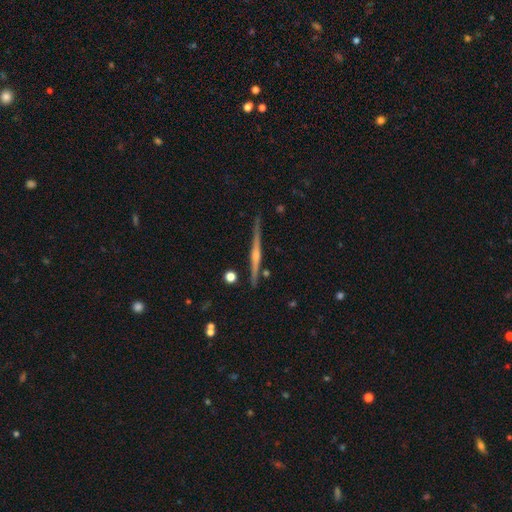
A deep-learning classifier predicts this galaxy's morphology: The model was most divided on "edge-on bulge": rounded: 77%, none: 13%, boxy: 10%. More confident: edge-on disk — yes (98%); merging — none (88%); smooth or featured — featured or disk (82%).